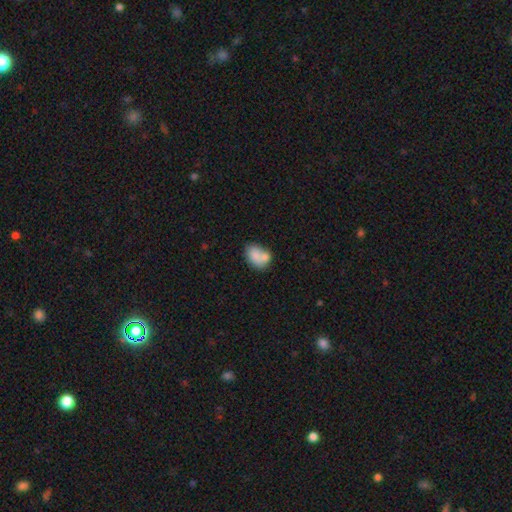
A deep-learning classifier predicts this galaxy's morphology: smooth-or-featured: smooth: 77% | featured or disk: 15% | star or artifact: 8%
  how-rounded: in between: 74% | round: 25% | cigar-shaped: 1%
  merging: merger: 41% | none: 37% | minor disturbance: 16% | major disturbance: 6%